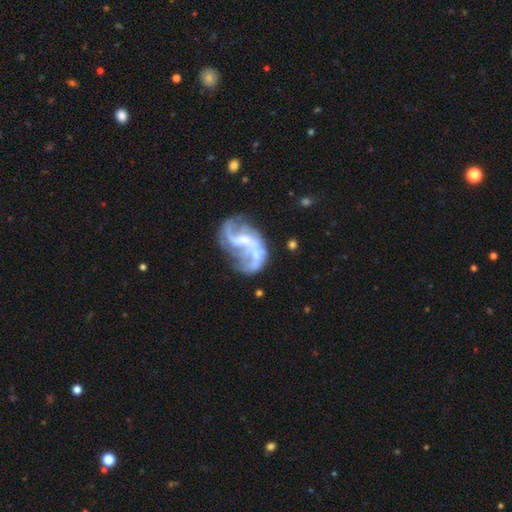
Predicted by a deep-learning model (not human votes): A featured or disk galaxy (80%) with no bar (42%), 2 (59%) loose (63%) spiral arms (78%) and no central bulge (36%). Merging: none (32%).